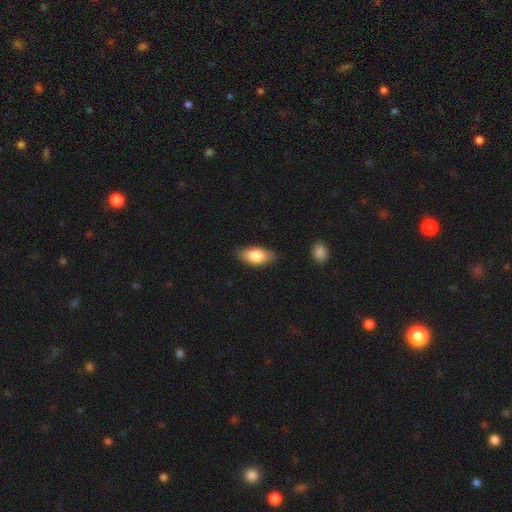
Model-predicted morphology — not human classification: Smooth or featured? smooth (81%)
How rounded? in between (90%)
Merging? none (83%)